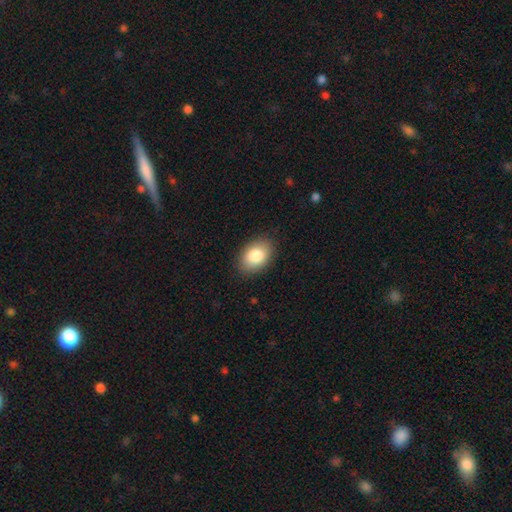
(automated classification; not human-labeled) smooth 84%, featured or disk 9%, star or artifact 7%. Down the decision tree: how rounded — in between (84%); merging — none (88%).